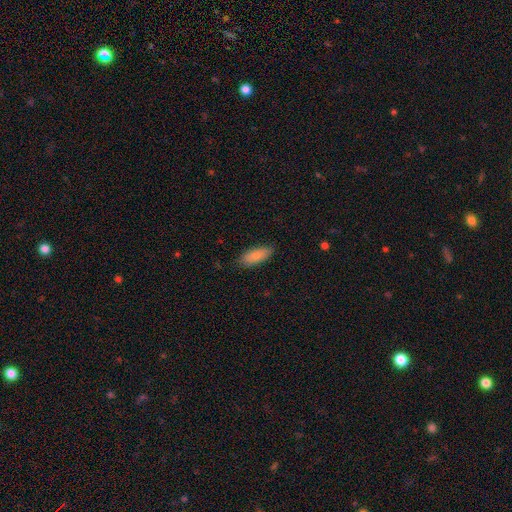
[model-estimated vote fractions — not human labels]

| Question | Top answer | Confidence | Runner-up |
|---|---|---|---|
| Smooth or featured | smooth | 83% | featured or disk (11%) |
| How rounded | in between | 81% | cigar-shaped (17%) |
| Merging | none | 83% | minor disturbance (13%) |